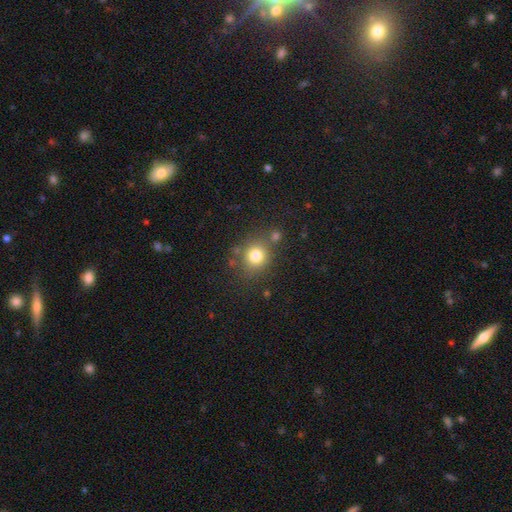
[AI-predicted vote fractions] This is likely a smooth galaxy (78%). How rounded: clearly round (81%). Merging: likely none (74%).